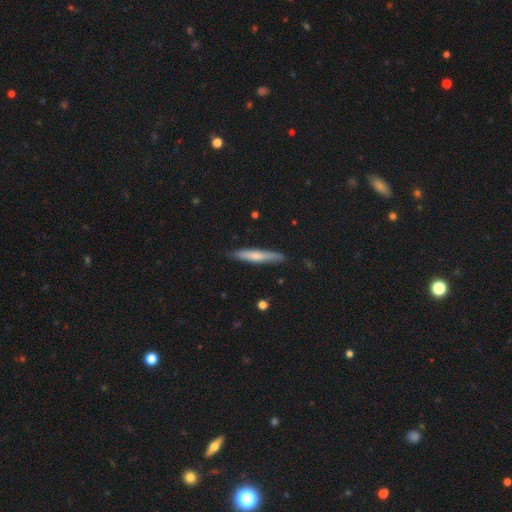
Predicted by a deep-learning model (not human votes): smooth-or-featured: smooth: 61% | featured or disk: 33% | star or artifact: 5%
  how-rounded: cigar-shaped: 92% | in between: 7% | round: 1%
  merging: none: 86% | minor disturbance: 11% | major disturbance: 2% | merger: 1%